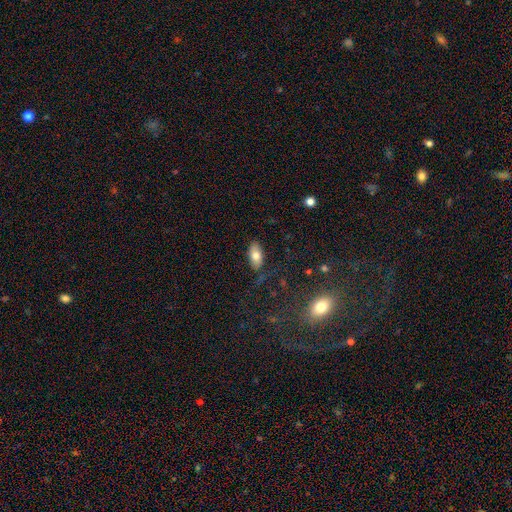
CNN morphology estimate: smooth_or_featured: smooth (p=0.77) [alt: featured or disk p=0.15]
how_rounded: in between (p=0.92) [alt: cigar-shaped p=0.05]
merging: none (p=0.81) [alt: minor disturbance p=0.14]